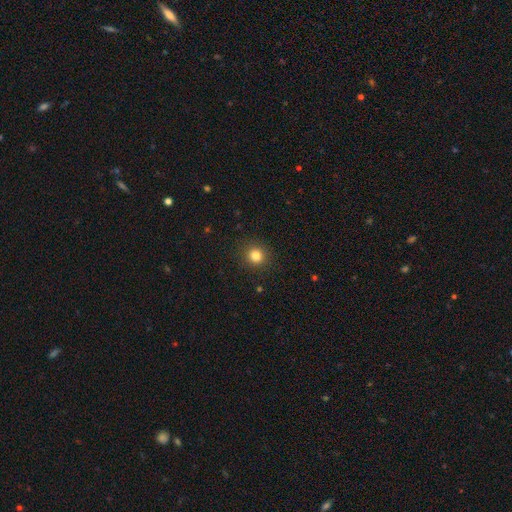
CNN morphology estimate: This appears to be a smooth galaxy with no disk features (83%) that is round (90%). Merging: none (91%).